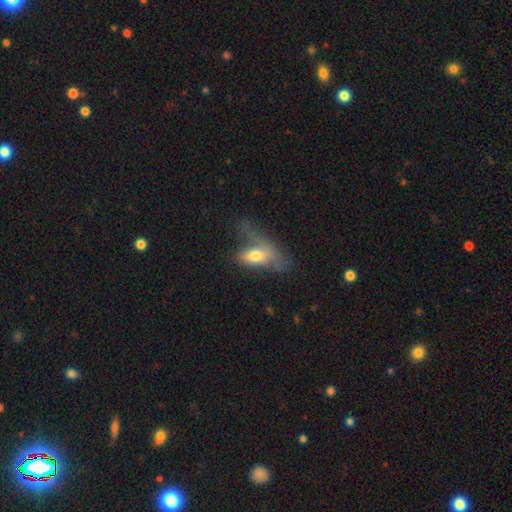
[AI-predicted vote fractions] The model was most divided on "merging": major disturbance: 47%, minor disturbance: 27%, none: 21%, merger: 5%. More confident: how rounded — in between (78%); smooth or featured — smooth (61%).